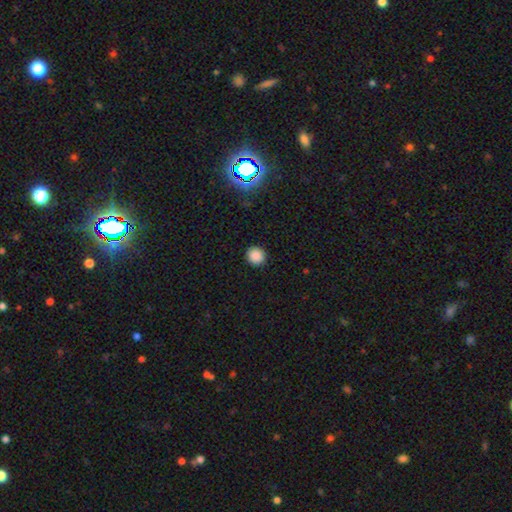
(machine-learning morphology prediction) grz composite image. It shows a smooth galaxy with no disk features (86%) that is round (91%). Merging: none (92%).